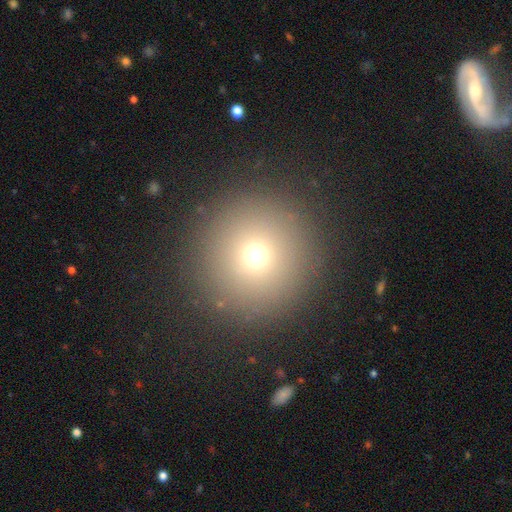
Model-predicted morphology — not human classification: smooth_or_featured: smooth (p=0.72) [alt: star or artifact p=0.19]
how_rounded: round (p=0.96) [alt: in between p=0.03]
merging: none (p=0.91) [alt: minor disturbance p=0.05]